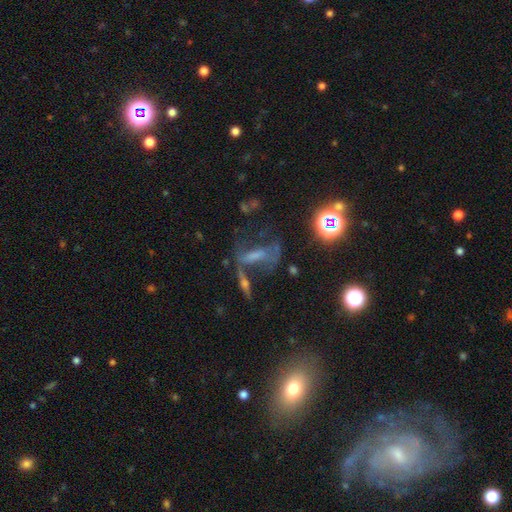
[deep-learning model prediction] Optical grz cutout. It shows a featured or disk galaxy (45%). Merging: none (40%).